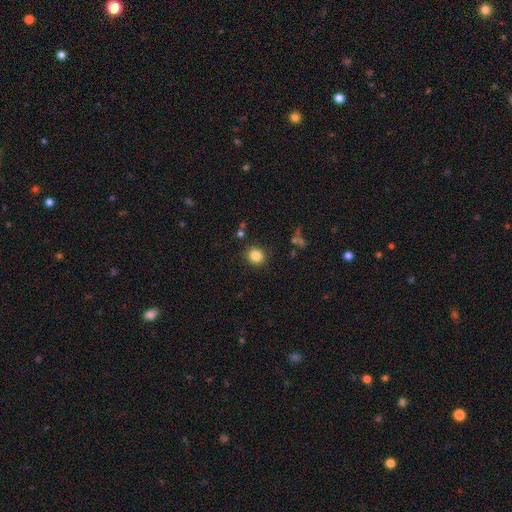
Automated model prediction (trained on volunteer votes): Smooth or featured? smooth (84%)
How rounded? round (81%)
Merging? none (88%)